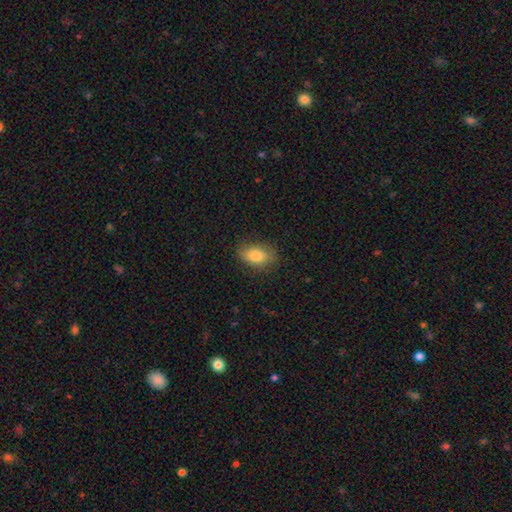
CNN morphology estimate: smooth_or_featured: smooth (p=0.83) [alt: featured or disk p=0.10]
how_rounded: in between (p=0.87) [alt: round p=0.10]
merging: none (p=0.79) [alt: minor disturbance p=0.16]